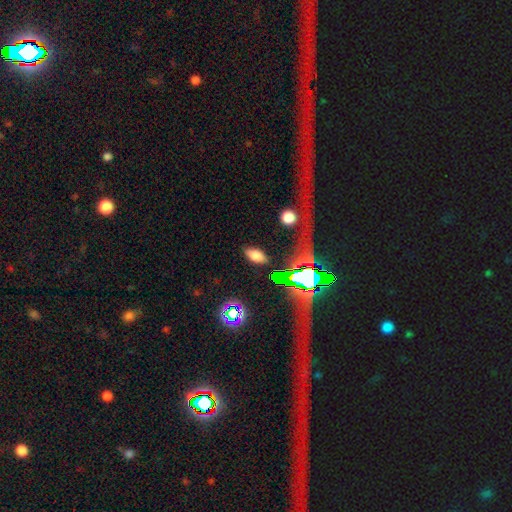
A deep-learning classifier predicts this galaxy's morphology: smooth_or_featured: smooth (p=0.74) [alt: star or artifact p=0.15]
how_rounded: in between (p=0.91) [alt: cigar-shaped p=0.05]
merging: none (p=0.84) [alt: minor disturbance p=0.10]